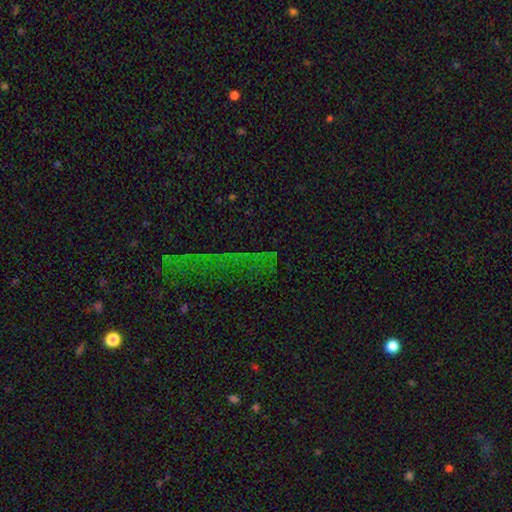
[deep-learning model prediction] This is likely a star or artifact rather than a galaxy (70%).